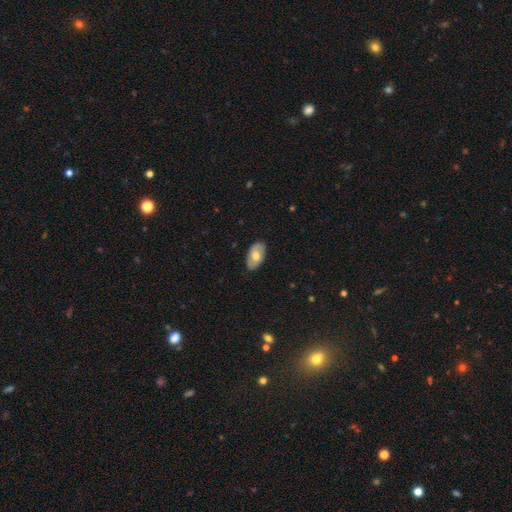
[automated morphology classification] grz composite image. It shows a smooth galaxy with no disk features (60%) that is in between round and cigar-shaped (94%). Merging: none (85%).